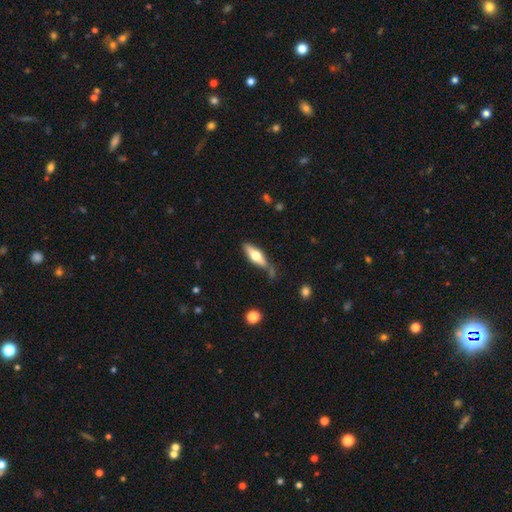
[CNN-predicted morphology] This appears to be a smooth galaxy with no disk features (47%, tied with featured or disk). Merging: none (65%).